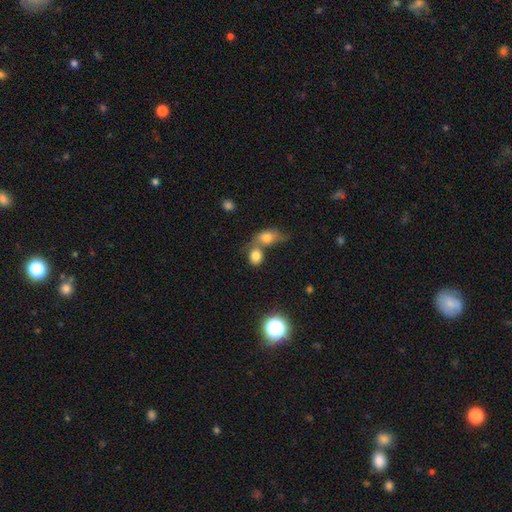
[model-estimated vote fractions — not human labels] Smooth or featured: smooth — 79% (star or artifact — 11%)
How rounded: in between — 53% (round — 45%)
Merging: merger — 52% (none — 35%)